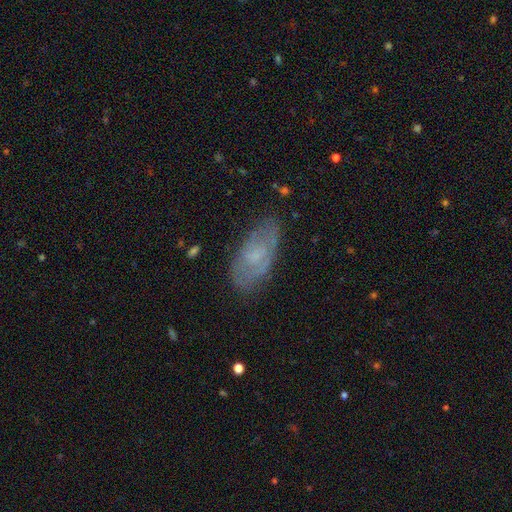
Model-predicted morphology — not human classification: type=featured or disk (47%); merging=none (71%).